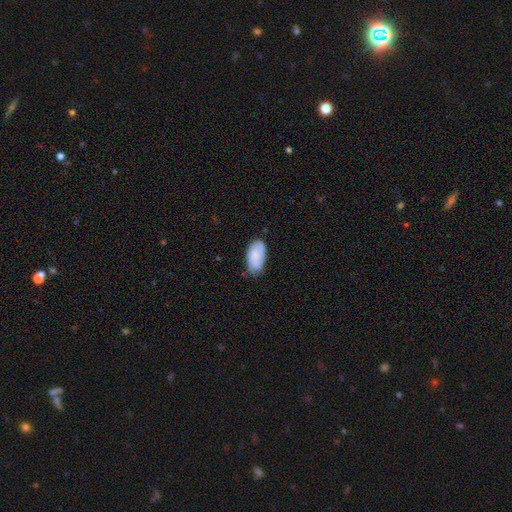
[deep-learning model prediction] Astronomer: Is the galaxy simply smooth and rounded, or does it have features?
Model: smooth — 76%.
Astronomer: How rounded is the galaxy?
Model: in between — 95%.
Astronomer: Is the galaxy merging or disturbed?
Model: none — 72%.